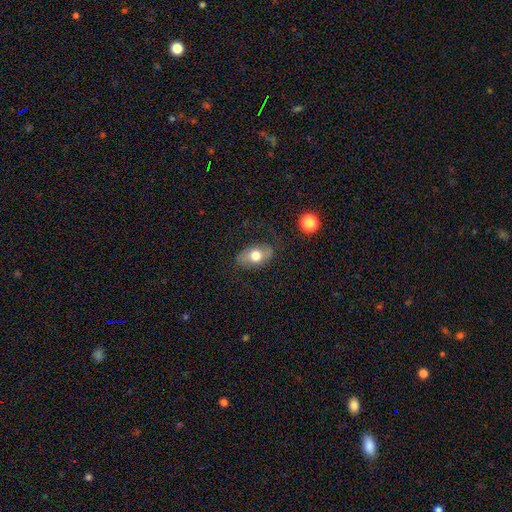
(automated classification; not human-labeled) A smooth galaxy with no disk features (60%) that is in between round and cigar-shaped (87%). Merging: none (75%).